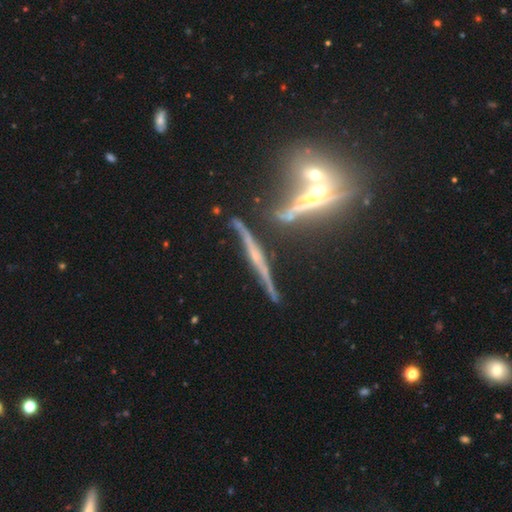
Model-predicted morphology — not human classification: smooth-or-featured: featured or disk: 80% | smooth: 10% | star or artifact: 10%
  disk-edge-on: yes: 95% | no: 5%
    edge-on-bulge: rounded: 58% | none: 28% | boxy: 14%
  merging: none: 64% | minor disturbance: 16% | merger: 14% | major disturbance: 6%